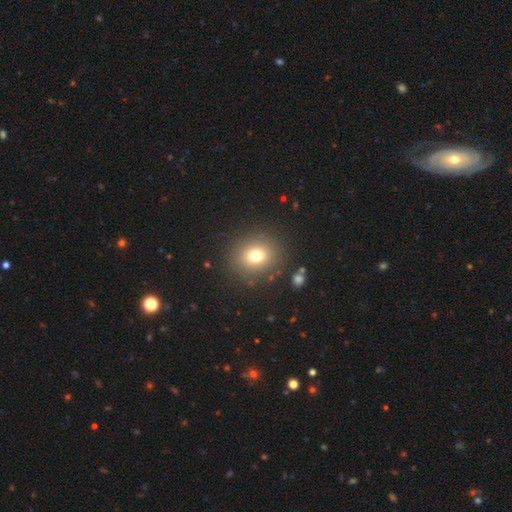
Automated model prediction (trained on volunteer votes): Morphology: type=smooth (73%); roundness=round (76%); merging=none (87%).